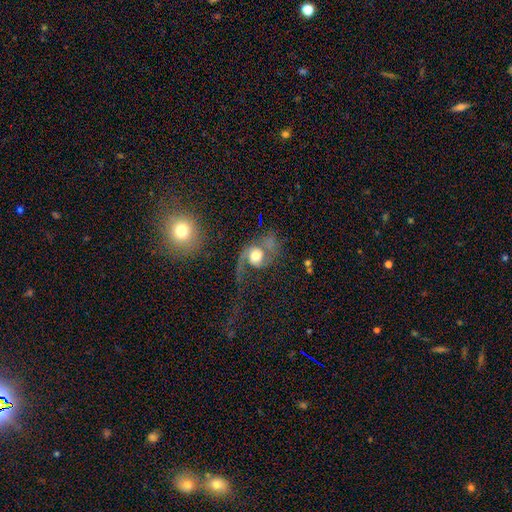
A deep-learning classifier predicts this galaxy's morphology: type=featured or disk (69%); edge-on=no (97%); bar=no (71%); spiral arms=yes (88%); winding=loose (59%); arm count=2 (50%); bulge=moderate (53%); merging=major disturbance (45%).